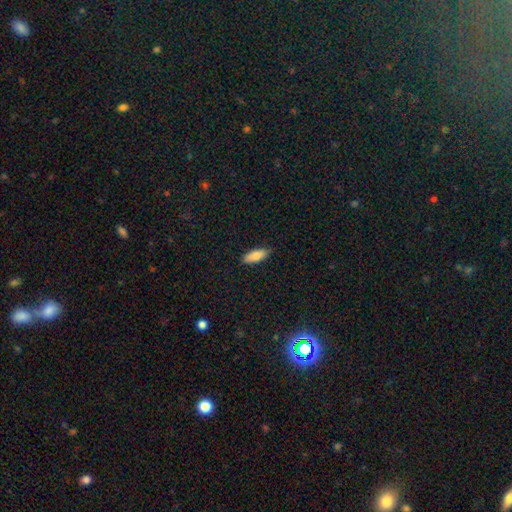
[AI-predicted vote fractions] Smooth or featured?
  - smooth: 85% *
  - featured or disk: 9%
  - star or artifact: 6%
How rounded?
  - in between: 71% *
  - cigar-shaped: 27%
  - round: 2%
Merging?
  - none: 87% *
  - minor disturbance: 10%
  - major disturbance: 2%
  - merger: 1%